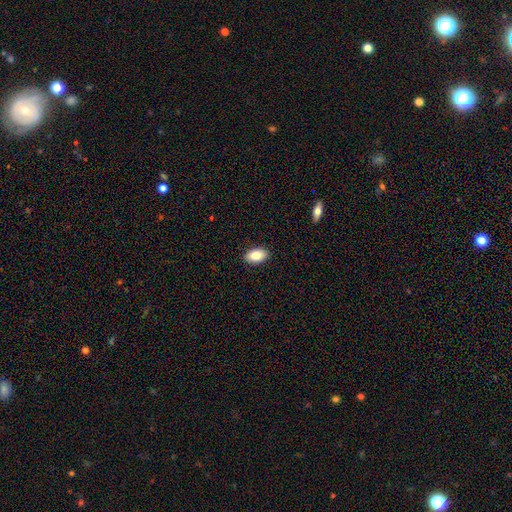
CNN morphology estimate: This is clearly a smooth galaxy (83%). How rounded: clearly in between (93%). Merging: clearly none (90%).